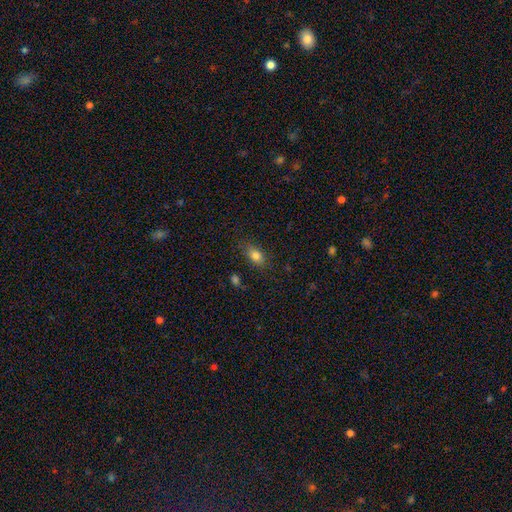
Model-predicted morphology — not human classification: smooth 81%, star or artifact 10%, featured or disk 9%. Down the decision tree: how rounded — in between (81%); merging — none (79%).